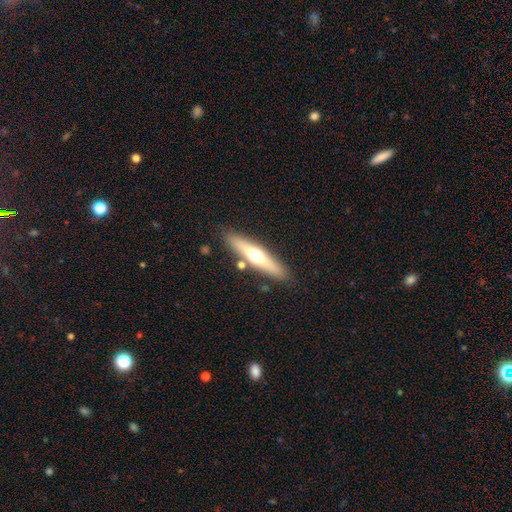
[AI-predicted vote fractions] A featured or disk galaxy (51%) viewed edge-on (90%).

Vote fractions:
- Smooth or featured? featured or disk: 51% / smooth: 43% / star or artifact: 6%
- Edge-on disk? yes: 90% / no: 10%
- Merging? none: 84% / minor disturbance: 9% / merger: 4% / major disturbance: 2%